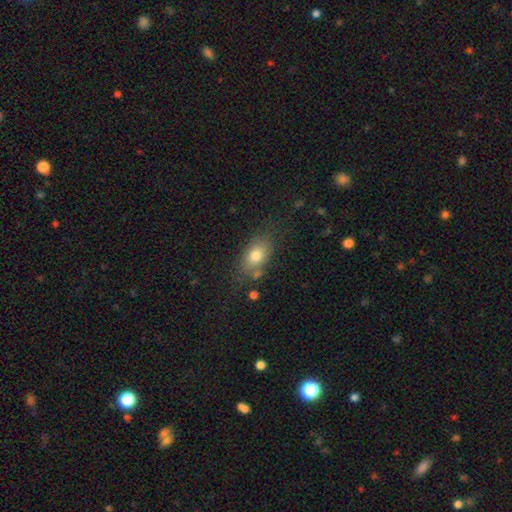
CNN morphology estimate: The model was most divided on "merging": none: 68%, minor disturbance: 19%, merger: 7%, major disturbance: 7%. More confident: how rounded — in between (81%); smooth or featured — smooth (77%).